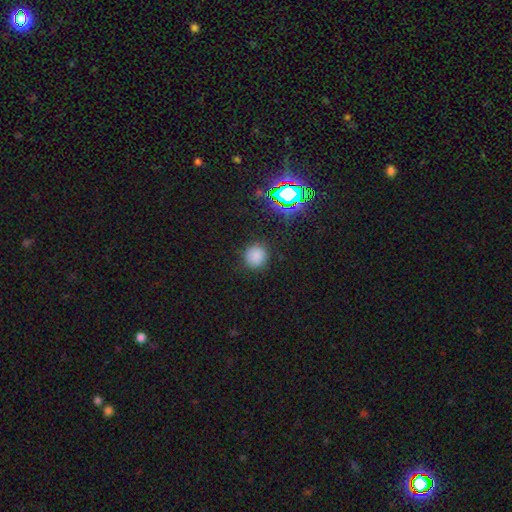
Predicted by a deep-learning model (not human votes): This is likely a smooth galaxy (78%). How rounded: clearly round (92%). Merging: clearly none (88%).